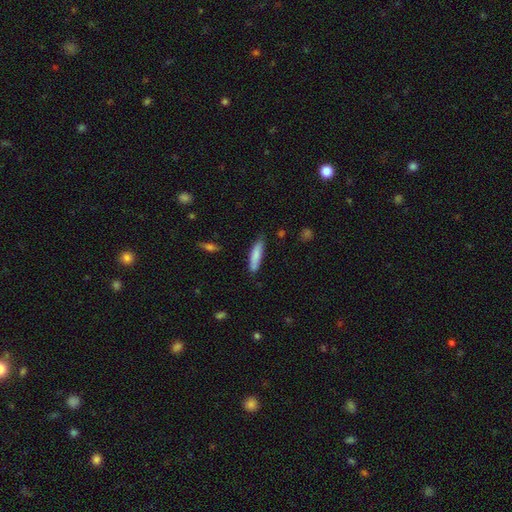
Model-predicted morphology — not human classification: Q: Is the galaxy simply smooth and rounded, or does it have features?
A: smooth — 82%.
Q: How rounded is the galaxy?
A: cigar-shaped — 76%.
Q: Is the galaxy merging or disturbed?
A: none — 74%.